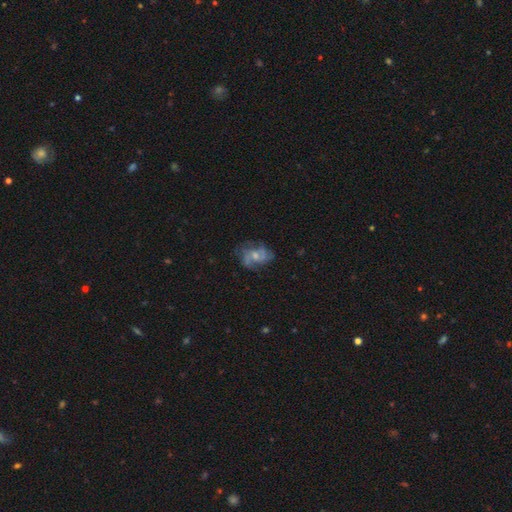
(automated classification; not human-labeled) A featured or disk galaxy (69%) with no bar (67%), 2 (36%) medium (46%) spiral arms (82%) and a small central bulge (47%).

Vote fractions:
- Smooth or featured? featured or disk: 69% / smooth: 23% / star or artifact: 9%
- Edge-on disk? no: 97% / yes: 3%
- Bar? no: 67% / weak: 28% / strong: 4%
- Spiral arms? yes: 82% / no: 18%
- Spiral winding? medium: 46% / loose: 33% / tight: 21%
- Spiral arm count? 2: 36% / can't tell: 25% / 3: 24% / 4: 7% / 1: 5% / more than 4: 4%
- Bulge size? small: 47% / moderate: 42% / none: 7% / large: 3% / dominant: 1%
- Merging? none: 59% / minor disturbance: 22% / major disturbance: 16% / merger: 2%